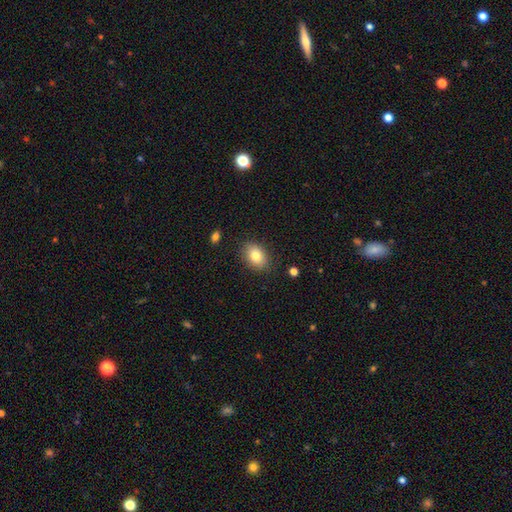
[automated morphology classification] The model was most divided on "how rounded": in between: 82%, round: 17%, cigar-shaped: 1%. More confident: merging — none (85%); smooth or featured — smooth (83%).